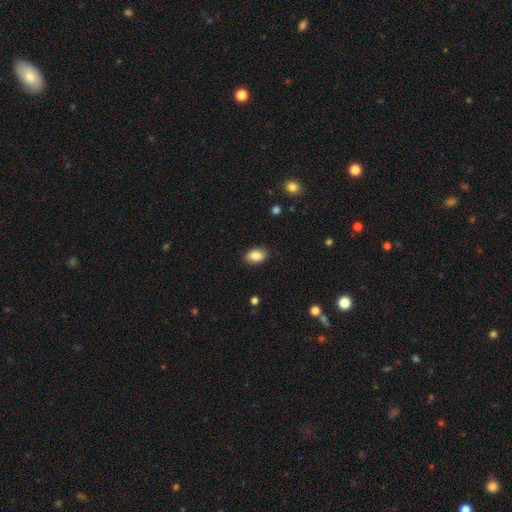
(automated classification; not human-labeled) smooth_or_featured: smooth (p=0.87) [alt: star or artifact p=0.07]
how_rounded: in between (p=0.87) [alt: round p=0.11]
merging: none (p=0.87) [alt: minor disturbance p=0.10]